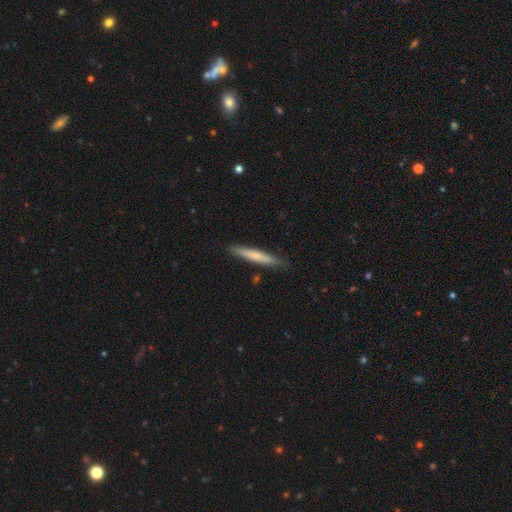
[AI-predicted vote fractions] Morphology: type=smooth (68%); roundness=cigar-shaped (95%); merging=none (88%).